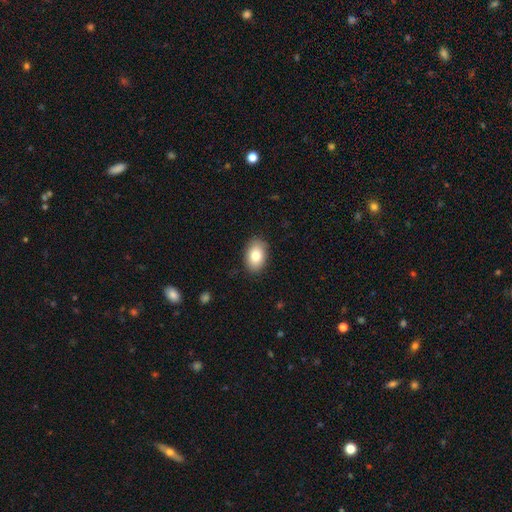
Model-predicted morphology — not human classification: A smooth galaxy with no disk features (80%) that is in between round and cigar-shaped (85%).

Vote fractions:
- Smooth or featured? smooth: 80% / featured or disk: 12% / star or artifact: 8%
- How rounded? in between: 85% / round: 13% / cigar-shaped: 1%
- Merging? none: 87% / minor disturbance: 10% / major disturbance: 2% / merger: 1%